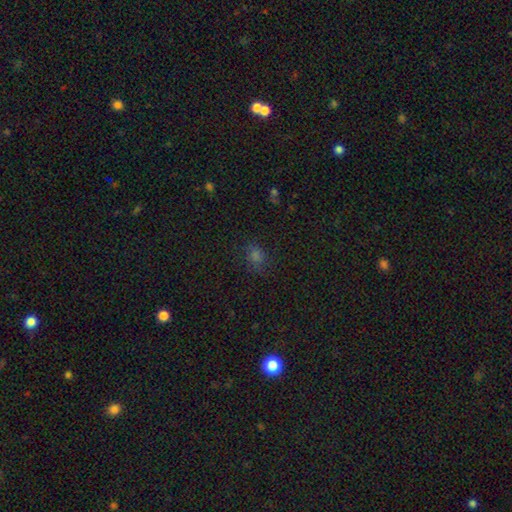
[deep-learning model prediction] Morphology: type=smooth (62%); roundness=round (50%); merging=none (77%).